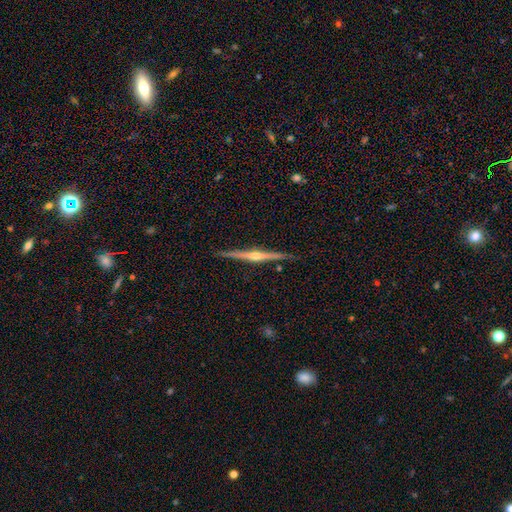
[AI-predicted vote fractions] Smooth or featured?
  - featured or disk: 84% *
  - smooth: 10%
  - star or artifact: 5%
Edge-on disk?
  - yes: 99% *
  - no: 1%
Edge-on bulge?
  - rounded: 90% *
  - none: 6%
  - boxy: 4%
Merging?
  - none: 90% *
  - minor disturbance: 7%
  - major disturbance: 1%
  - merger: 1%